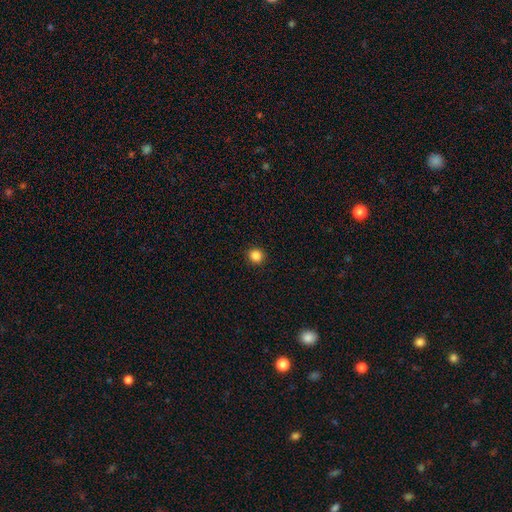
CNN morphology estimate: smooth 85%, star or artifact 11%, featured or disk 3%. Down the decision tree: how rounded — round (91%); merging — none (92%).